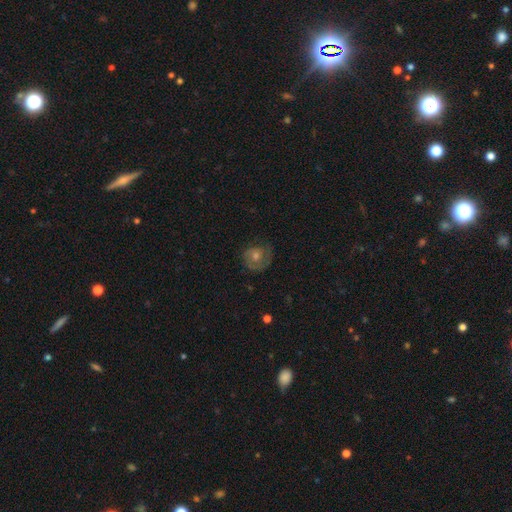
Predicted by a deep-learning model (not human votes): This appears to be a featured or disk galaxy (62%) with no bar (80%), spiral arms (79%) and a moderate central bulge (64%). Merging: none (73%).